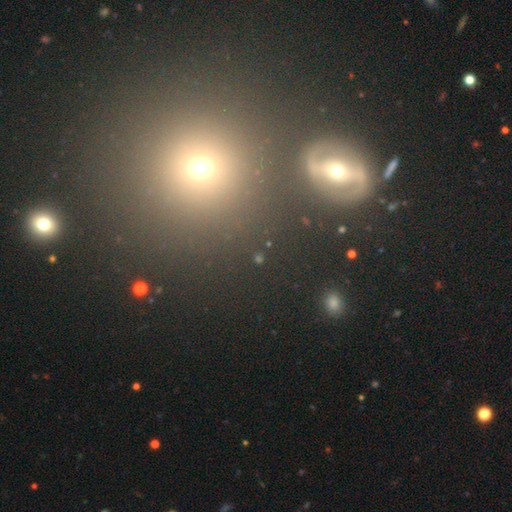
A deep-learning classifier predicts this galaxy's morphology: Smooth or featured: smooth — 39% (star or artifact — 31%)
Merging: none — 80% (minor disturbance — 9%)